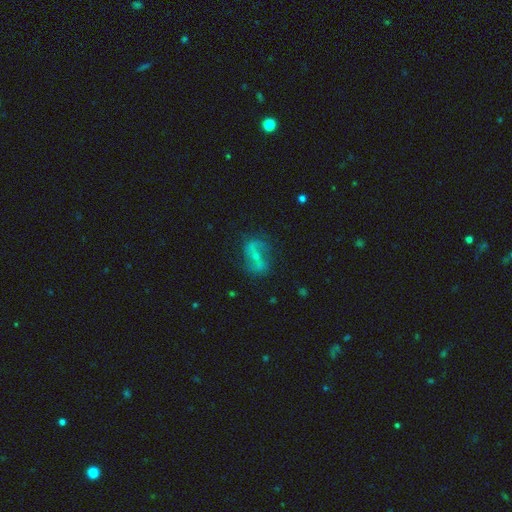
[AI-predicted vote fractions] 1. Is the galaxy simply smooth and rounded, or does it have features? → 69% featured or disk, 20% smooth, 11% star or artifact.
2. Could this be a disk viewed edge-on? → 95% no, 5% yes.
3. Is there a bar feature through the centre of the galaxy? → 37% weak, 32% no, 31% strong.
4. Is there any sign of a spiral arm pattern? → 77% yes, 23% no.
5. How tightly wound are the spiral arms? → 60% loose, 30% medium, 10% tight.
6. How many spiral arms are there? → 84% 2, 8% can't tell, 5% 1, 1% 3, 1% 4, 1% more than 4.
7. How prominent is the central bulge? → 68% small, 21% moderate, 8% none, 2% large, 1% dominant.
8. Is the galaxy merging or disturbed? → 64% none, 19% minor disturbance, 12% major disturbance, 5% merger.